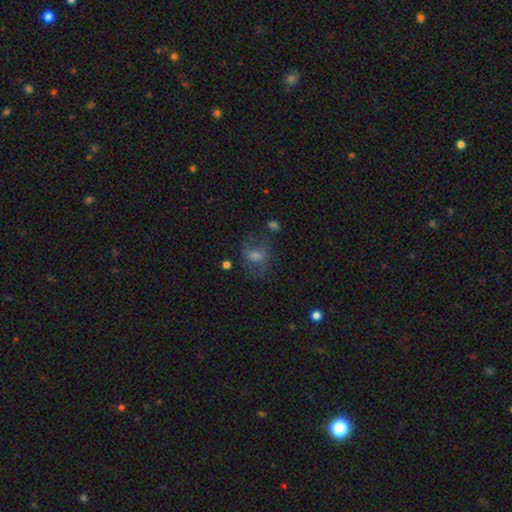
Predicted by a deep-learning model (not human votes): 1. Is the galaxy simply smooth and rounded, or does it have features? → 46% smooth, 34% featured or disk, 20% star or artifact.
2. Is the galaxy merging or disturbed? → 55% none, 21% major disturbance, 20% minor disturbance, 4% merger.